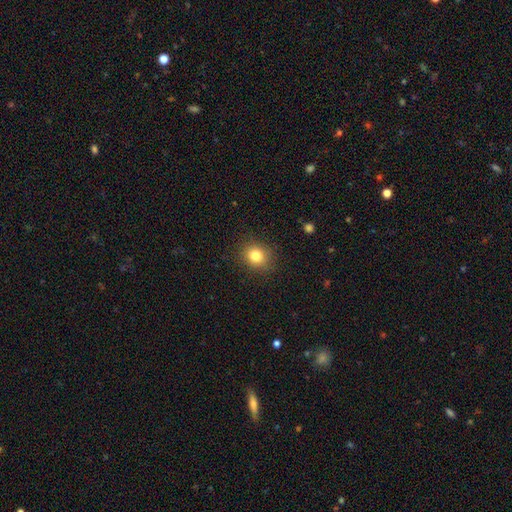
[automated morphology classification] Smooth or featured: smooth — 81% (star or artifact — 12%)
How rounded: round — 77% (in between — 22%)
Merging: none — 88% (minor disturbance — 8%)